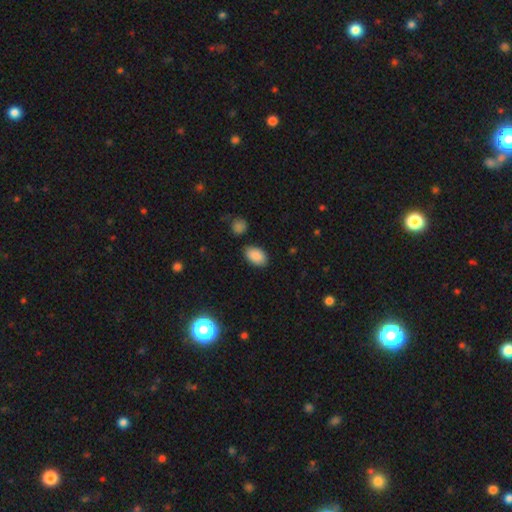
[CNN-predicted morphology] smooth-or-featured: smooth: 88% | star or artifact: 8% | featured or disk: 4%
  how-rounded: in between: 91% | round: 8% | cigar-shaped: 1%
  merging: none: 82% | minor disturbance: 12% | merger: 3% | major disturbance: 3%